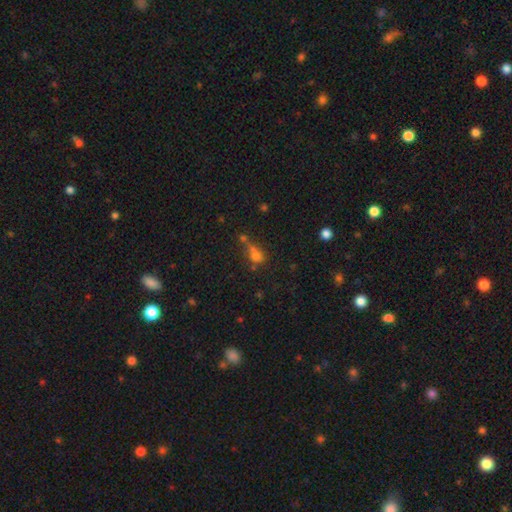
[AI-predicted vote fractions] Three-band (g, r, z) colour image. It shows a smooth galaxy with no disk features (65%) that is round (66%). Merging: merger (44%).